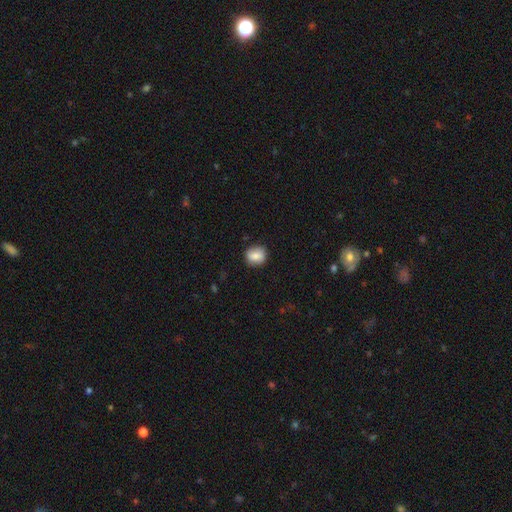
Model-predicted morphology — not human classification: Smooth or featured? Predicted: smooth (p=0.79). How rounded? Predicted: round (p=0.77). Merging? Predicted: none (p=0.85).